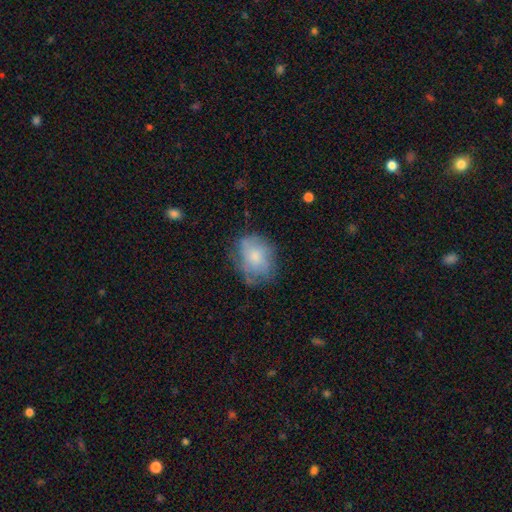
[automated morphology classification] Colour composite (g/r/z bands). It shows a smooth galaxy with no disk features (58%) that is in between round and cigar-shaped (57%). Merging: none (61%).